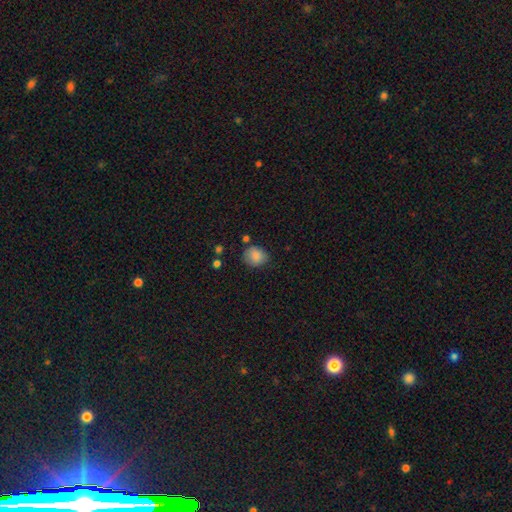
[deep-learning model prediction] The model was most divided on "how rounded": round: 66%, in between: 33%, cigar-shaped: 1%. More confident: smooth or featured — smooth (85%); merging — none (74%).